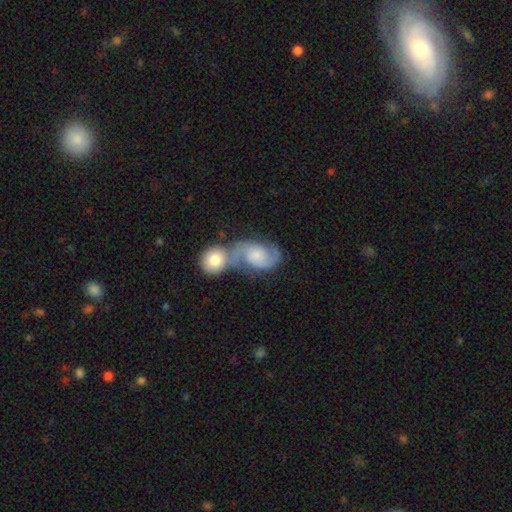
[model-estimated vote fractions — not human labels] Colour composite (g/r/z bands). It shows a featured or disk galaxy (74%) with no bar (67%), 2 (88%) medium (51%) spiral arms (94%) and a small central bulge (37%). Merging: merger (64%).